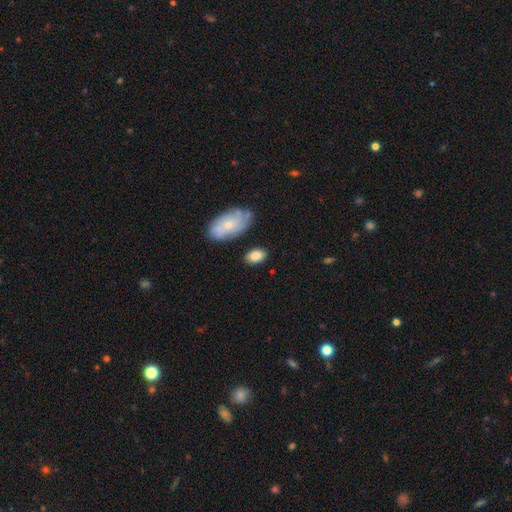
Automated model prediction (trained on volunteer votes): Overall: smooth (83%). How rounded: in between (89%). Merging: none (75%).